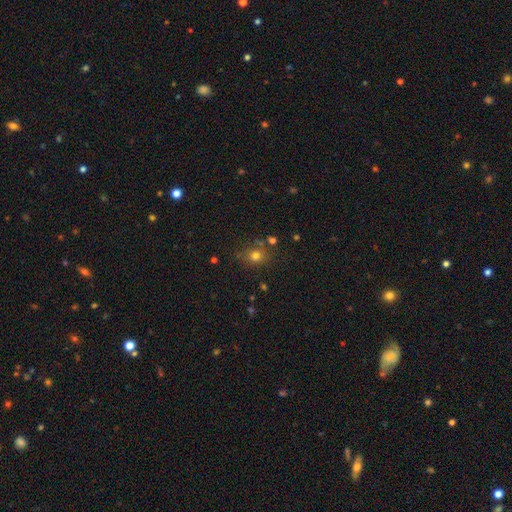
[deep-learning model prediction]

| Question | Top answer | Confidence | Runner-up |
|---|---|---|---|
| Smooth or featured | smooth | 73% | star or artifact (18%) |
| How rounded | round | 73% | in between (25%) |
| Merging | none | 72% | minor disturbance (15%) |